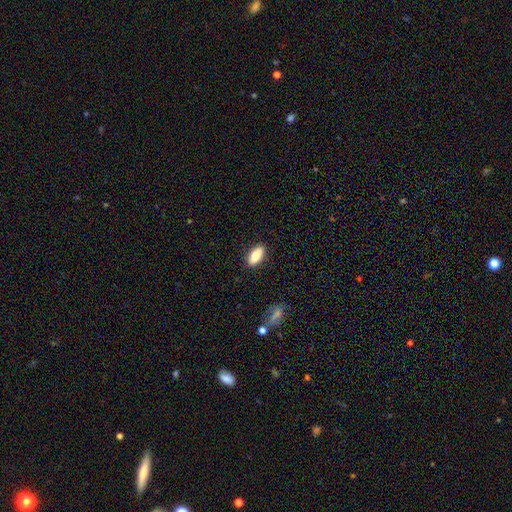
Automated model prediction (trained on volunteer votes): Smooth or featured: smooth — 83% (featured or disk — 10%)
How rounded: in between — 85% (cigar-shaped — 12%)
Merging: none — 88% (minor disturbance — 9%)